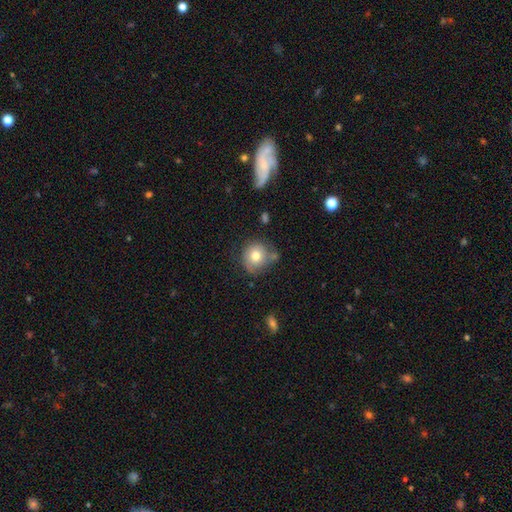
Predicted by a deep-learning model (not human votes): Morphology: type=smooth (76%); roundness=round (88%); merging=none (64%).